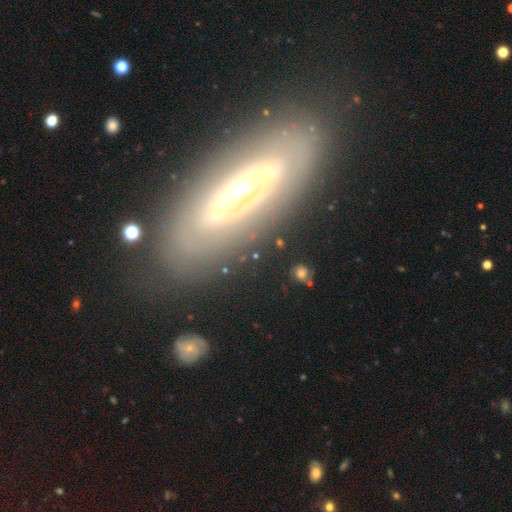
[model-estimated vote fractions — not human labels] Smooth or featured: featured or disk — 69% (smooth — 21%)
Edge-on disk: no — 65% (yes — 35%)
Merging: none — 76% (minor disturbance — 13%)